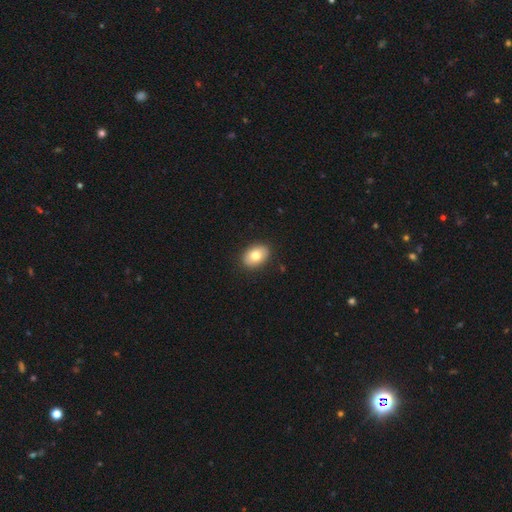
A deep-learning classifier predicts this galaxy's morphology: This is likely a smooth galaxy (78%). How rounded: clearly in between (80%). Merging: clearly none (90%).